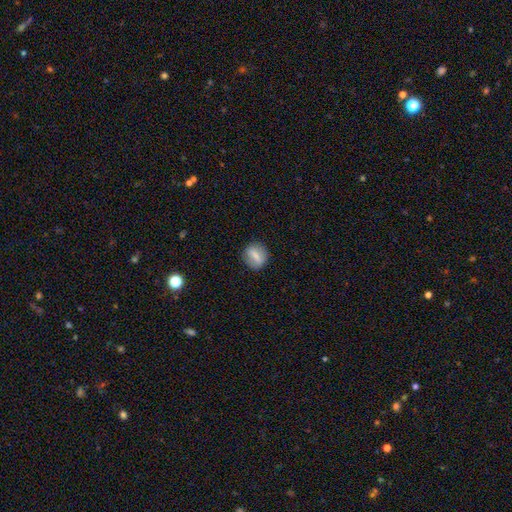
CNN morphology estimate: smooth-or-featured: smooth: 67% | featured or disk: 25% | star or artifact: 8%
  how-rounded: round: 65% | in between: 31% | cigar-shaped: 4%
  merging: none: 85% | minor disturbance: 11% | major disturbance: 3% | merger: 1%